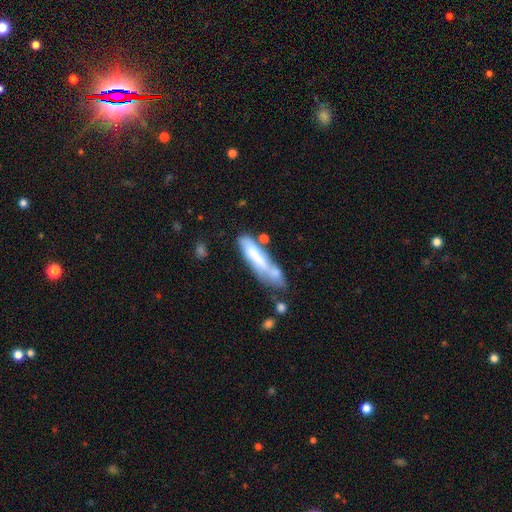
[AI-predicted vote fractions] Smooth or featured? Predicted: smooth (p=0.59). How rounded? Predicted: cigar-shaped (p=0.71). Merging? Predicted: none (p=0.32).